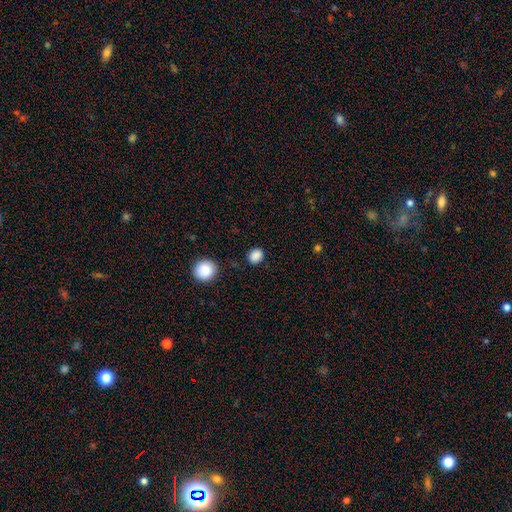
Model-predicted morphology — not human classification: Smooth or featured?
  - smooth: 86% *
  - star or artifact: 11%
  - featured or disk: 3%
How rounded?
  - round: 68% *
  - in between: 31%
  - cigar-shaped: 1%
Merging?
  - none: 85% *
  - minor disturbance: 10%
  - major disturbance: 3%
  - merger: 3%